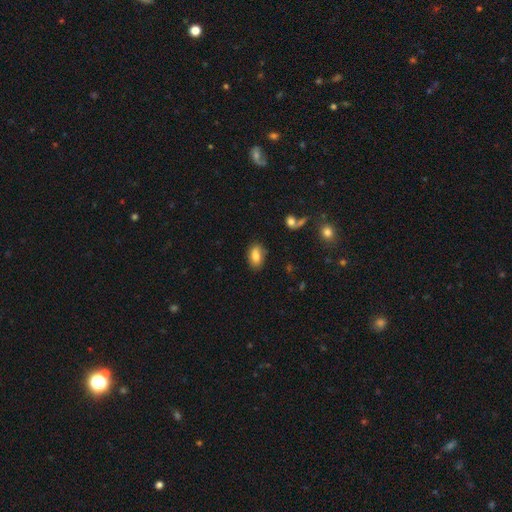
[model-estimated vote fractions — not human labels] Q: Smooth or featured?
A: smooth (81%); runner-up: featured or disk (10%)
Q: How rounded?
A: in between (89%); runner-up: round (8%)
Q: Merging?
A: none (81%); runner-up: minor disturbance (14%)